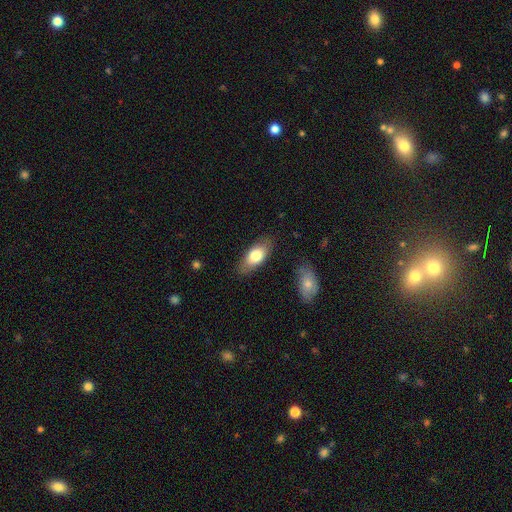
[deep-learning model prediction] Smooth or featured?
  - smooth: 77% *
  - featured or disk: 17%
  - star or artifact: 6%
How rounded?
  - in between: 88% *
  - cigar-shaped: 10%
  - round: 3%
Merging?
  - none: 82% *
  - minor disturbance: 13%
  - major disturbance: 3%
  - merger: 2%